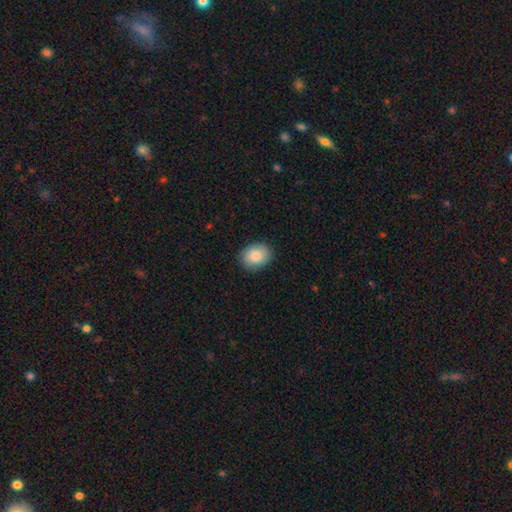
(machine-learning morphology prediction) Smooth or featured?
  - smooth: 84% *
  - featured or disk: 9%
  - star or artifact: 7%
How rounded?
  - in between: 58% *
  - round: 41%
  - cigar-shaped: 1%
Merging?
  - none: 87% *
  - minor disturbance: 10%
  - major disturbance: 2%
  - merger: 1%